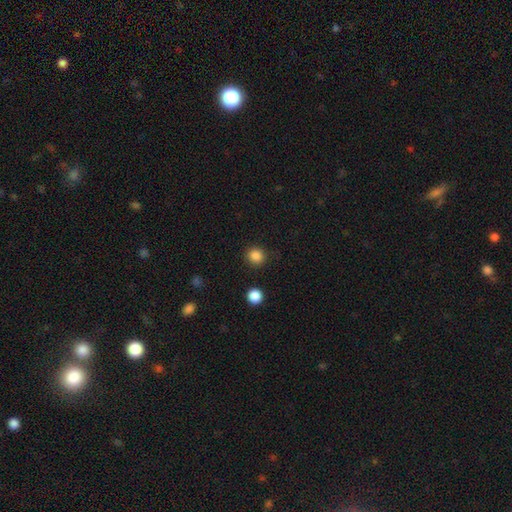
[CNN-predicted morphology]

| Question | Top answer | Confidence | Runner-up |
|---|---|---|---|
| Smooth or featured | smooth | 86% | star or artifact (11%) |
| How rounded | round | 90% | in between (9%) |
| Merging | none | 90% | minor disturbance (6%) |